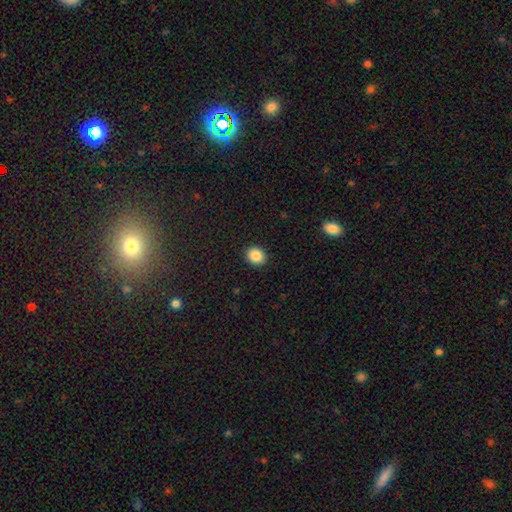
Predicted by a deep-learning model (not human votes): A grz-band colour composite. It shows a smooth galaxy with no disk features (87%) that is round (68%). Merging: none (91%).